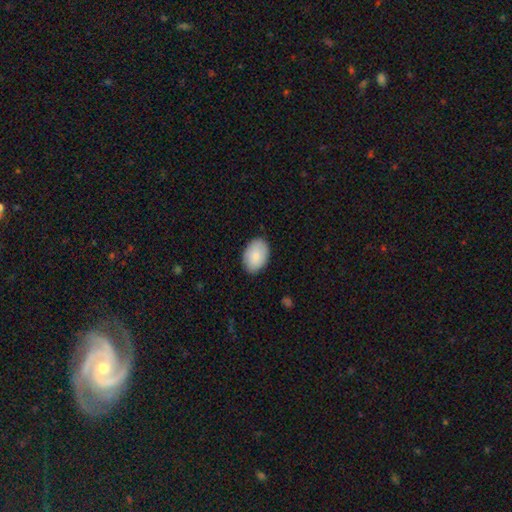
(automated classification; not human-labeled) This appears to be a smooth galaxy with no disk features (86%) that is in between round and cigar-shaped (87%). Merging: none (86%).